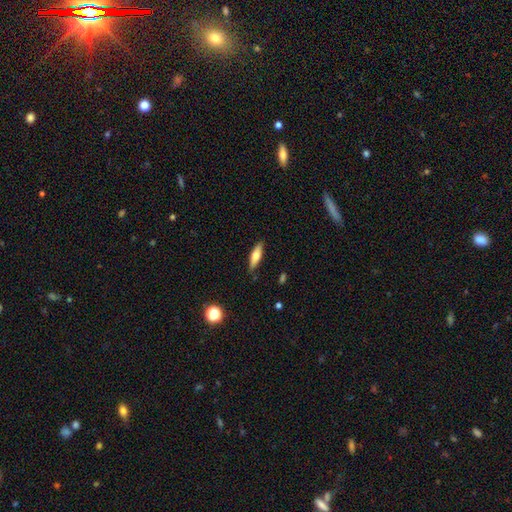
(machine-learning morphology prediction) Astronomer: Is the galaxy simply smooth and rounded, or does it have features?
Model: smooth — 61%.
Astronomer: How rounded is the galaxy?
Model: cigar-shaped — 59% (runner-up: in between, 39%).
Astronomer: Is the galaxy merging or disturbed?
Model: none — 85%.